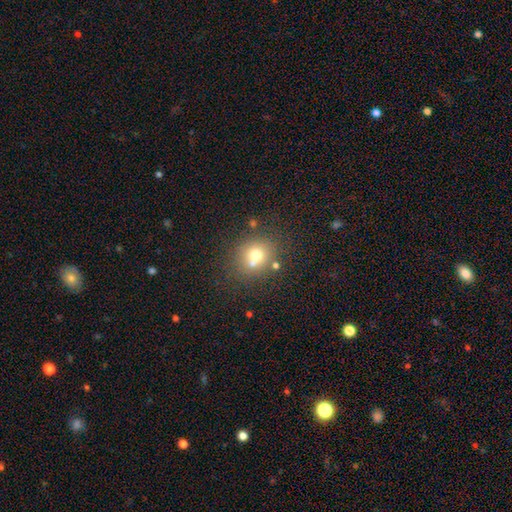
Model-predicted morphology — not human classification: smooth-or-featured: smooth: 68% | featured or disk: 17% | star or artifact: 15%
  how-rounded: round: 79% | in between: 20% | cigar-shaped: 1%
  merging: none: 61% | merger: 24% | minor disturbance: 11% | major disturbance: 5%